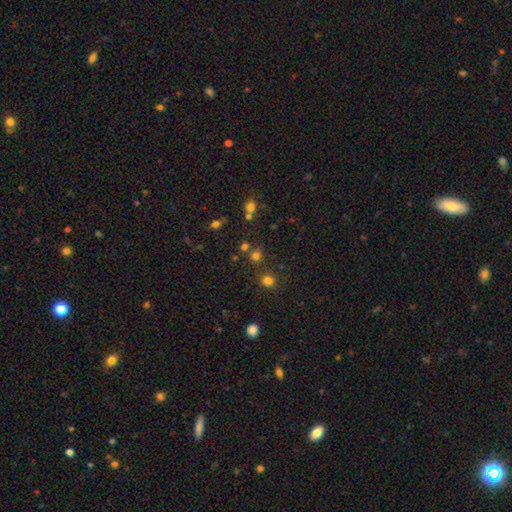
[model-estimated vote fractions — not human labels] smooth-or-featured: smooth: 68% | star or artifact: 25% | featured or disk: 7%
  how-rounded: round: 86% | in between: 13% | cigar-shaped: 1%
  merging: none: 74% | merger: 14% | minor disturbance: 9% | major disturbance: 4%